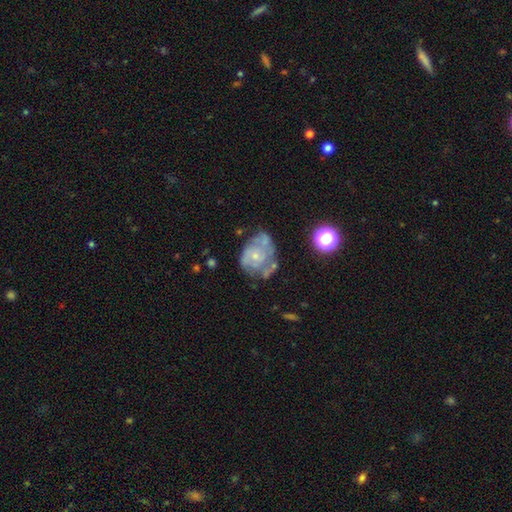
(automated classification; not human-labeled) Smooth or featured: featured or disk — 68% (smooth — 24%)
Edge-on disk: no — 98% (yes — 2%)
Bar: no — 84% (weak — 14%)
Spiral arms: yes — 60% (no — 40%)
Bulge size: small — 68% (moderate — 23%)
Merging: none — 38% (minor disturbance — 28%)